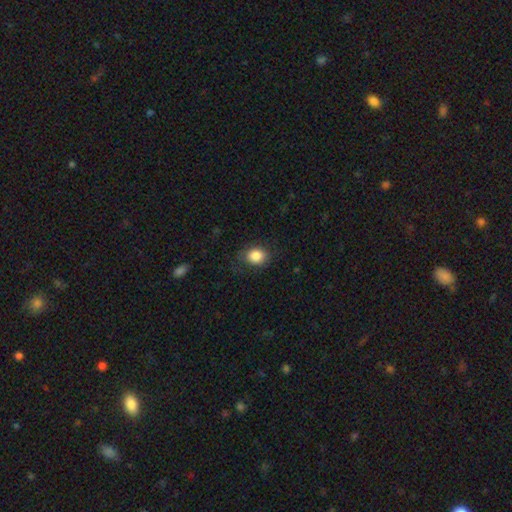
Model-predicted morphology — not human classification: This appears to be a smooth galaxy with no disk features (86%) that is in between round and cigar-shaped (53%). Merging: none (79%).